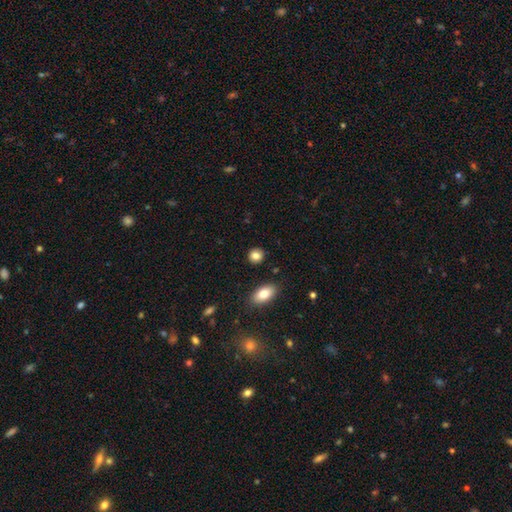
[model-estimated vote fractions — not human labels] Smooth or featured?
  - smooth: 85% *
  - star or artifact: 9%
  - featured or disk: 6%
How rounded?
  - round: 77% *
  - in between: 21%
  - cigar-shaped: 1%
Merging?
  - none: 88% *
  - minor disturbance: 8%
  - merger: 2%
  - major disturbance: 2%